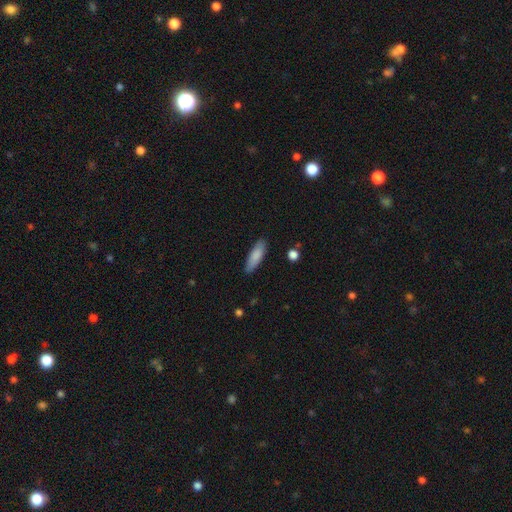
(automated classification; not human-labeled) This appears to be a smooth galaxy with no disk features (84%) that is cigar-shaped (49%, tied with in between). Merging: none (84%).